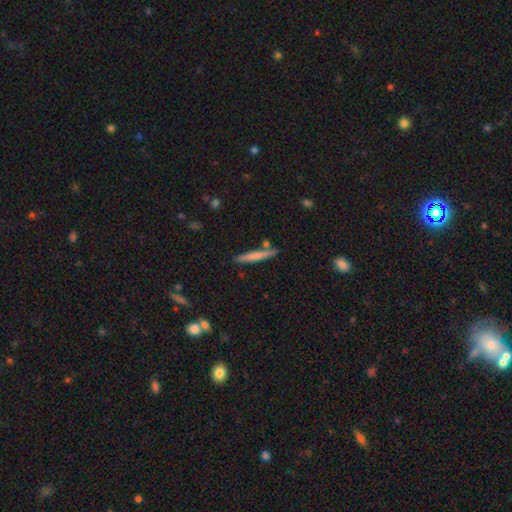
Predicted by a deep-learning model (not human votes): This is likely a smooth galaxy (66%). How rounded: clearly cigar-shaped (95%). Merging: clearly none (84%).